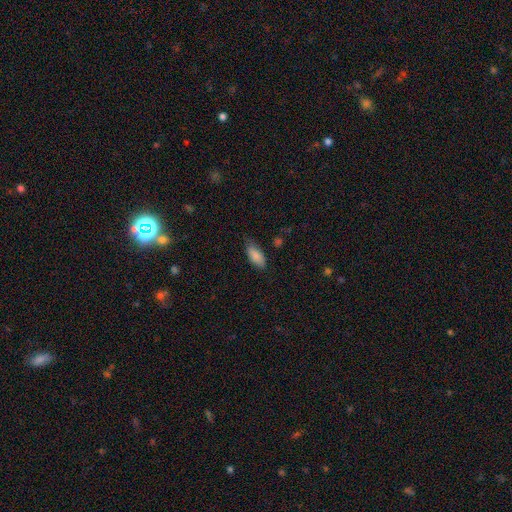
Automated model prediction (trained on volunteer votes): Smooth or featured: smooth — 86% (featured or disk — 7%)
How rounded: in between — 85% (cigar-shaped — 13%)
Merging: none — 70% (minor disturbance — 24%)